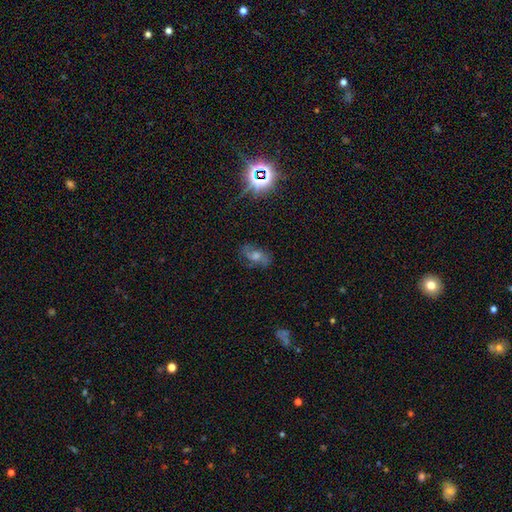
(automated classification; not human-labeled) Smooth or featured?
  - featured or disk: 51% *
  - star or artifact: 30%
  - smooth: 20%
Edge-on disk?
  - no: 92% *
  - yes: 8%
Merging?
  - none: 73% *
  - minor disturbance: 17%
  - major disturbance: 8%
  - merger: 2%